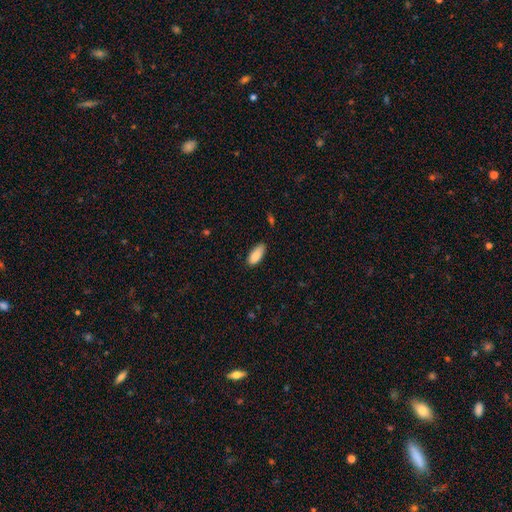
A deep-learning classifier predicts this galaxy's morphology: A smooth galaxy with no disk features (88%) that is in between round and cigar-shaped (85%). Merging: none (79%).